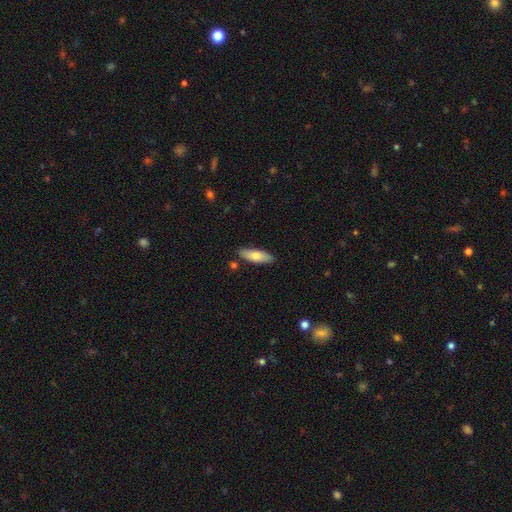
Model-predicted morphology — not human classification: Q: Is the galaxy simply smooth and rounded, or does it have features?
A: smooth — 73%.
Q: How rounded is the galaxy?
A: in between — 54%.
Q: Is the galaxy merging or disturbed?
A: none — 85%.